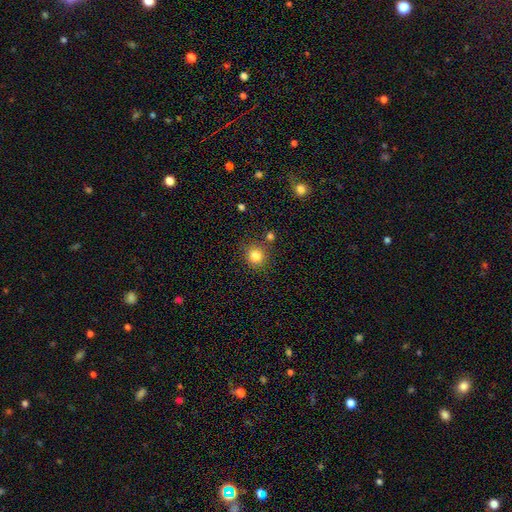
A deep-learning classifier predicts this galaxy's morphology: This is clearly a smooth galaxy (83%). How rounded: clearly round (90%). Merging: clearly none (82%).